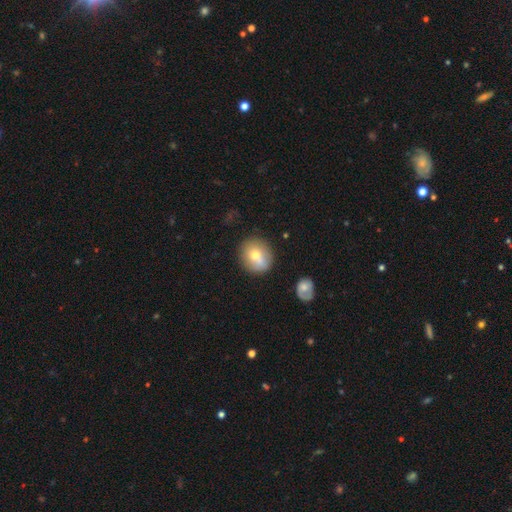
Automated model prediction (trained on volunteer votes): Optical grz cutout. It shows a smooth galaxy with no disk features (69%) that is round (82%). Merging: none (78%).